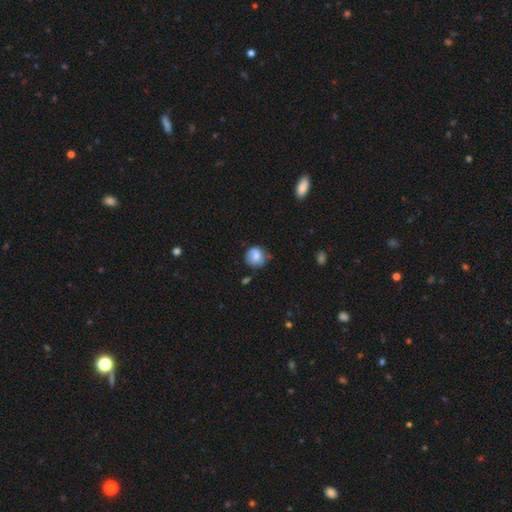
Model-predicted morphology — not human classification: A smooth galaxy with no disk features (71%) that is round (82%). Merging: none (61%).